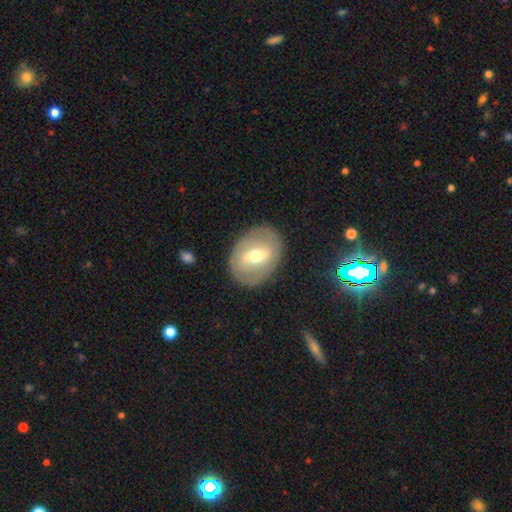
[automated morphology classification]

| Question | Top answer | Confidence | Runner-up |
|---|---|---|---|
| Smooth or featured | featured or disk | 54% | smooth (39%) |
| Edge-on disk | no | 92% | yes (8%) |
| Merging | none | 84% | minor disturbance (11%) |